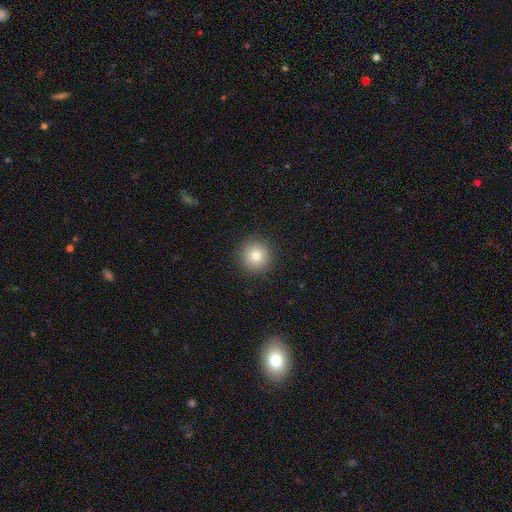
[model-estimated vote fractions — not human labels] Overall: smooth (79%). How rounded: round (94%). Merging: none (91%).